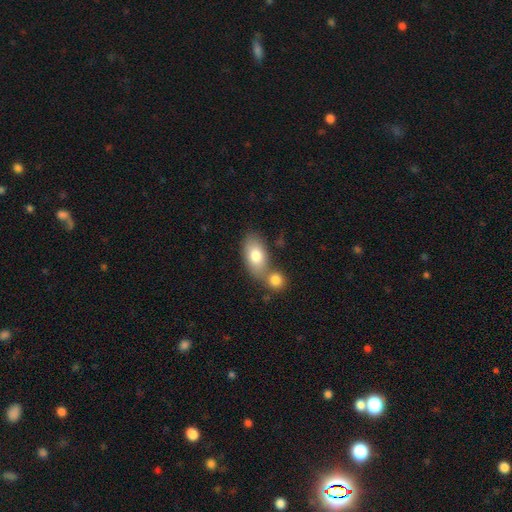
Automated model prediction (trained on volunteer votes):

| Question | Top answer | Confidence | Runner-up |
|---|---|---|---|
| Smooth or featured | smooth | 77% | featured or disk (16%) |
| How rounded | in between | 90% | round (8%) |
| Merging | merger | 43% | none (42%) |